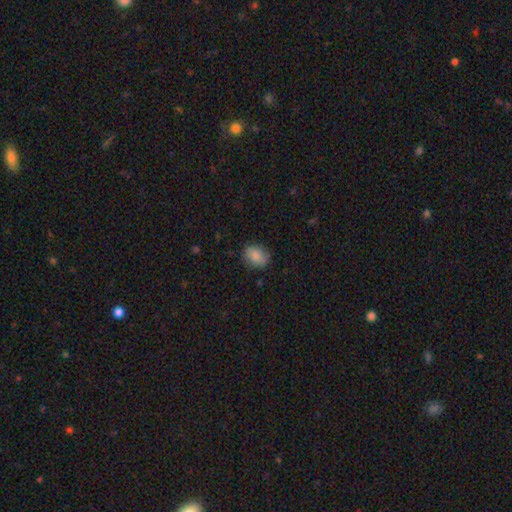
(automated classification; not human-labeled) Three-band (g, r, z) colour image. It shows a smooth galaxy with no disk features (85%) that is in between round and cigar-shaped (53%). Merging: none (81%).